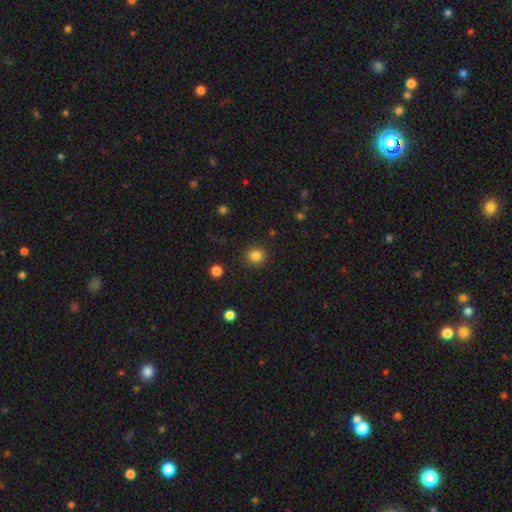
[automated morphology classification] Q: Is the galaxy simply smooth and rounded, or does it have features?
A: smooth — 84%.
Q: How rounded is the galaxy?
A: round — 89%.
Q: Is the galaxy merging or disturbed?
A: none — 90%.